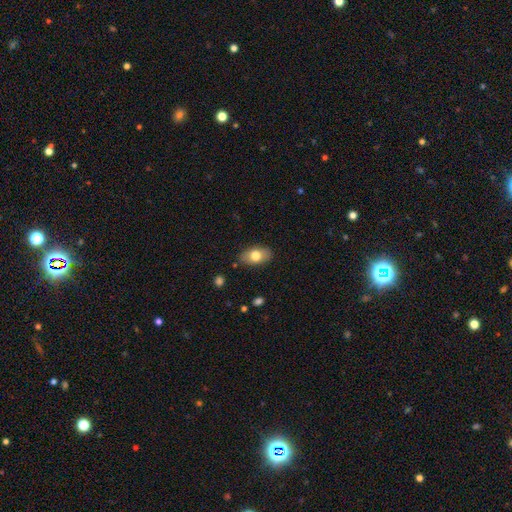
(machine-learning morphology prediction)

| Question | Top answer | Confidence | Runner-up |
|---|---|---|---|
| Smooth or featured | smooth | 74% | featured or disk (19%) |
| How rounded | in between | 91% | round (7%) |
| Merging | none | 85% | minor disturbance (11%) |